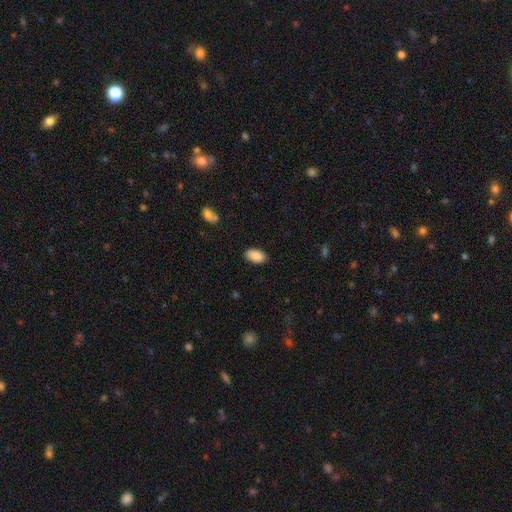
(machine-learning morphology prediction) Overall: smooth (90%). How rounded: in between (94%). Merging: none (87%).